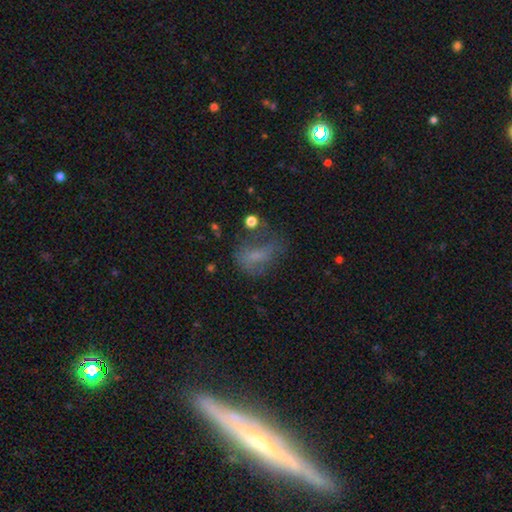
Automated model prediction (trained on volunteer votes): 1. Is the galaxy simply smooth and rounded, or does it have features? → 51% smooth, 30% featured or disk, 20% star or artifact.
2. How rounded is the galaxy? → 70% in between, 23% round, 7% cigar-shaped.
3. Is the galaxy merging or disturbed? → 37% none, 35% major disturbance, 23% minor disturbance, 5% merger.